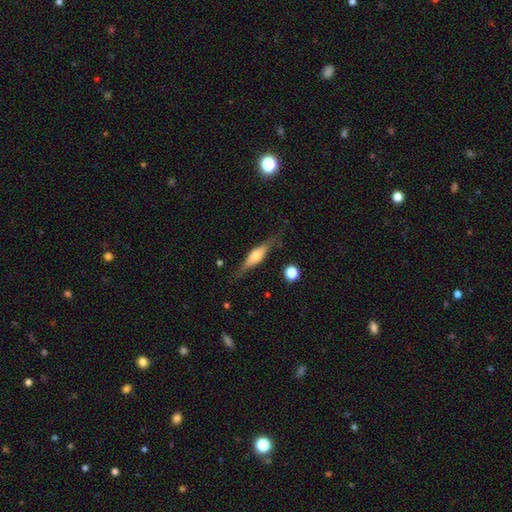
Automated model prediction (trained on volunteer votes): Morphology: type=featured or disk (64%); edge-on=yes (95%); edge-on bulge=rounded (84%); merging=none (81%).